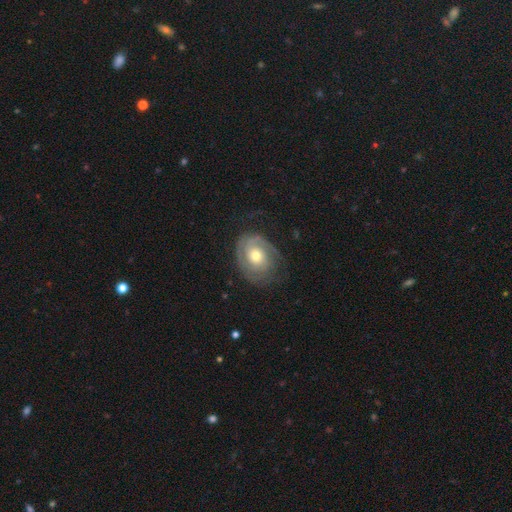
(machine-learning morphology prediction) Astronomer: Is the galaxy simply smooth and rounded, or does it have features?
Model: featured or disk — 75%.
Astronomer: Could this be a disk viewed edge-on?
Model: no — 96%.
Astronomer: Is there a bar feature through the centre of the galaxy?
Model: no — 80%.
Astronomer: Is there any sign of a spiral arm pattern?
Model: yes — 88%.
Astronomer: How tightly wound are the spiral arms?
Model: tight — 69%.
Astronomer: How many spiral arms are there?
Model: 2 — 40% (runner-up: can't tell, 30%).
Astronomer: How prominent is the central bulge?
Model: moderate — 69%.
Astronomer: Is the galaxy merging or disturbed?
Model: none — 68%.